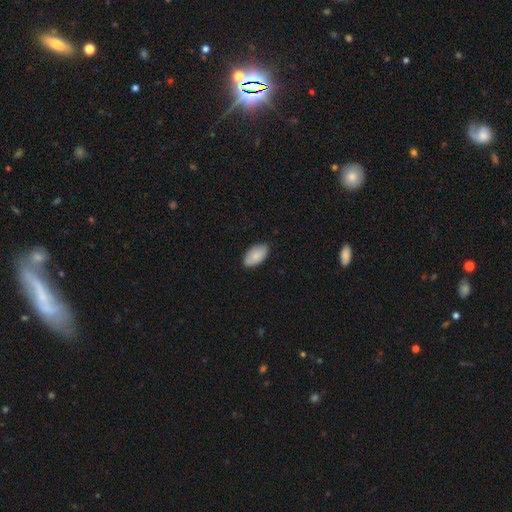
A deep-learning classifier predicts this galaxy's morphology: Q: Smooth or featured?
A: smooth (86%); runner-up: featured or disk (8%)
Q: How rounded?
A: in between (95%); runner-up: round (3%)
Q: Merging?
A: none (85%); runner-up: minor disturbance (13%)